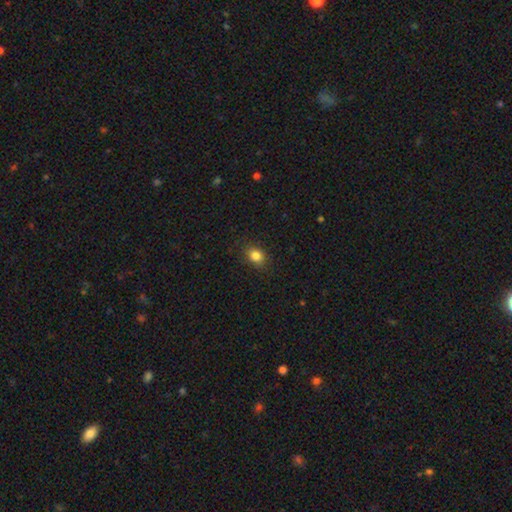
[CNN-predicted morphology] smooth-or-featured: smooth: 84% | star or artifact: 11% | featured or disk: 6%
  how-rounded: in between: 55% | round: 44% | cigar-shaped: 1%
  merging: none: 86% | minor disturbance: 10% | major disturbance: 3% | merger: 1%